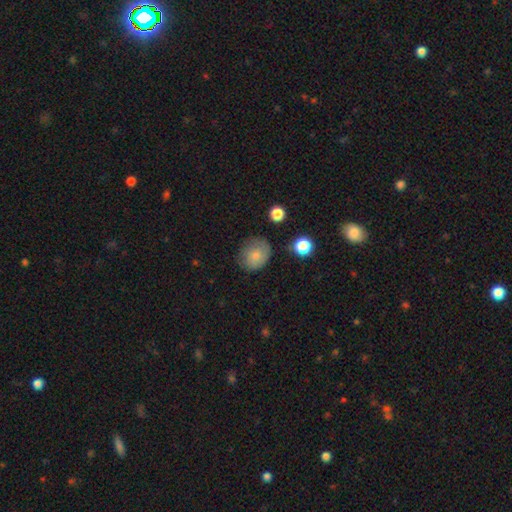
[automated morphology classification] Smooth or featured?
  - smooth: 75% *
  - featured or disk: 15%
  - star or artifact: 10%
How rounded?
  - round: 63% *
  - in between: 36%
  - cigar-shaped: 1%
Merging?
  - none: 64% *
  - minor disturbance: 25%
  - major disturbance: 8%
  - merger: 2%